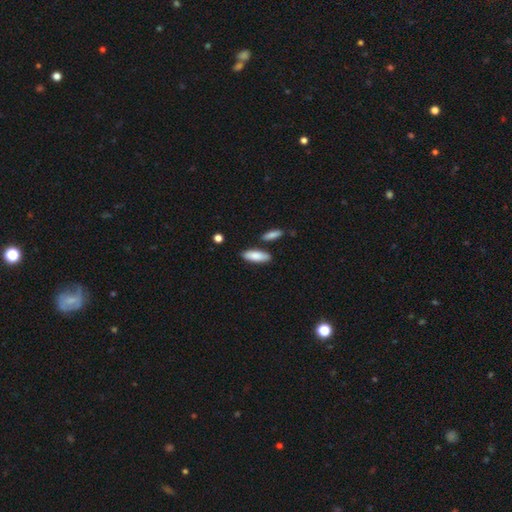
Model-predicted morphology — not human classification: Smooth or featured?
  - smooth: 84% *
  - featured or disk: 10%
  - star or artifact: 6%
How rounded?
  - in between: 64% *
  - cigar-shaped: 34%
  - round: 2%
Merging?
  - none: 79% *
  - minor disturbance: 12%
  - merger: 7%
  - major disturbance: 2%